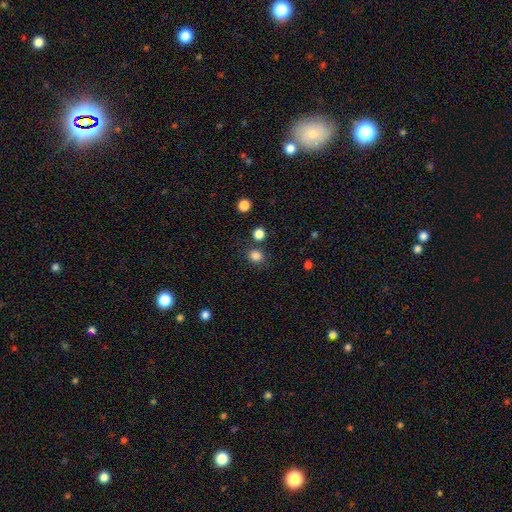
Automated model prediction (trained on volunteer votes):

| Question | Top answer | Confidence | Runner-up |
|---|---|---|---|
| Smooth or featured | smooth | 83% | star or artifact (13%) |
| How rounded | round | 78% | in between (21%) |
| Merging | none | 79% | minor disturbance (9%) |